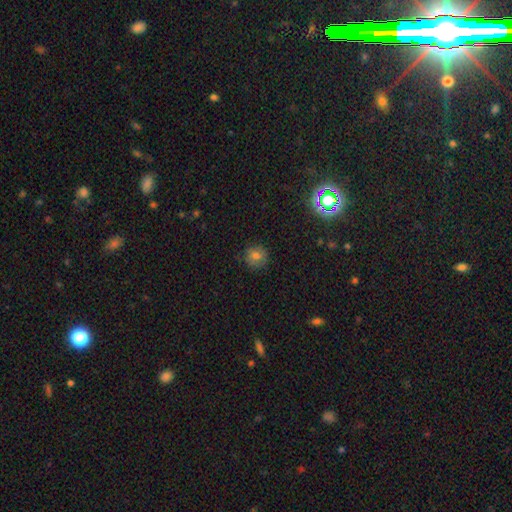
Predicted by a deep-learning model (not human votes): Smooth or featured? smooth (75%)
How rounded? round (90%)
Merging? none (83%)